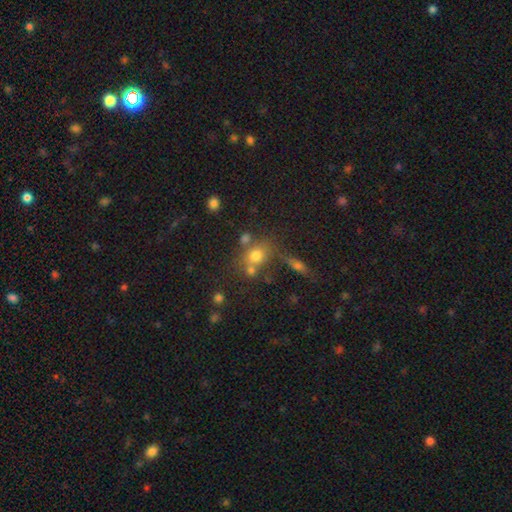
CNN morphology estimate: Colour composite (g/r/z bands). It shows a smooth galaxy with no disk features (71%) that is round (63%). Merging: none (57%).